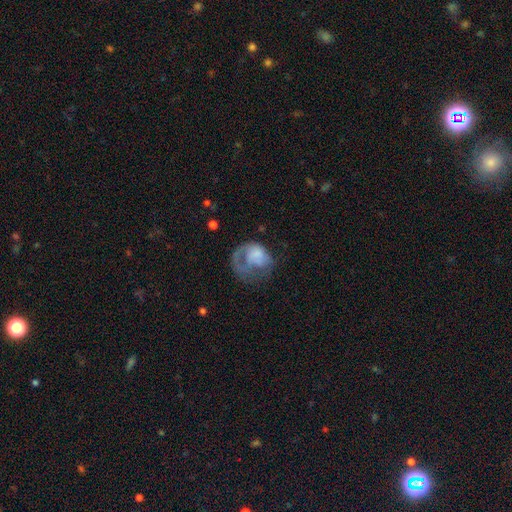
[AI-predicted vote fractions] featured or disk 47%, smooth 44%, star or artifact 8%. Down the decision tree: merging — major disturbance (53%).